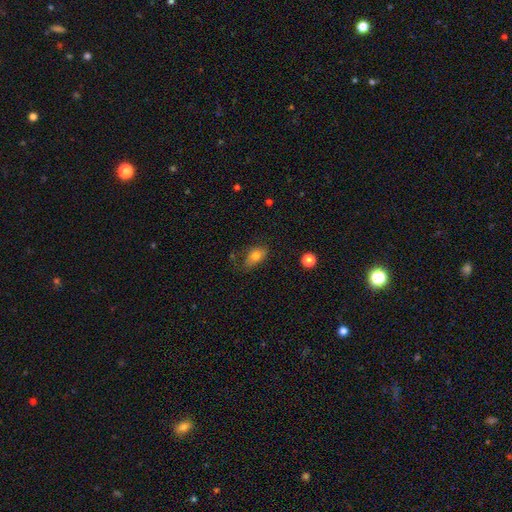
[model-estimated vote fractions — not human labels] smooth-or-featured: smooth: 77% | featured or disk: 13% | star or artifact: 10%
  how-rounded: in between: 84% | round: 12% | cigar-shaped: 4%
  merging: none: 61% | minor disturbance: 27% | major disturbance: 10% | merger: 3%